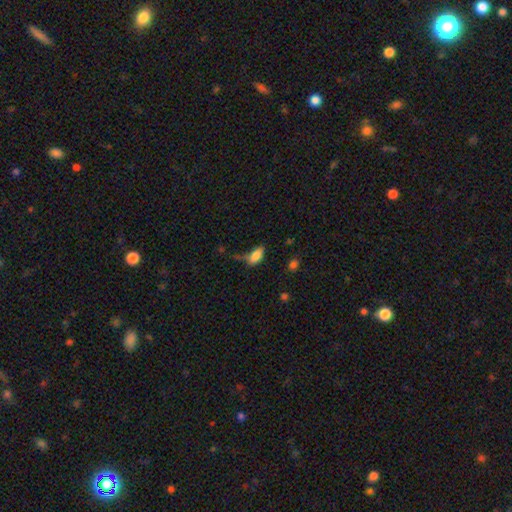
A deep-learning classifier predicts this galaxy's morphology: Smooth or featured? Predicted: smooth (p=0.81). How rounded? Predicted: in between (p=0.89). Merging? Predicted: none (p=0.44).